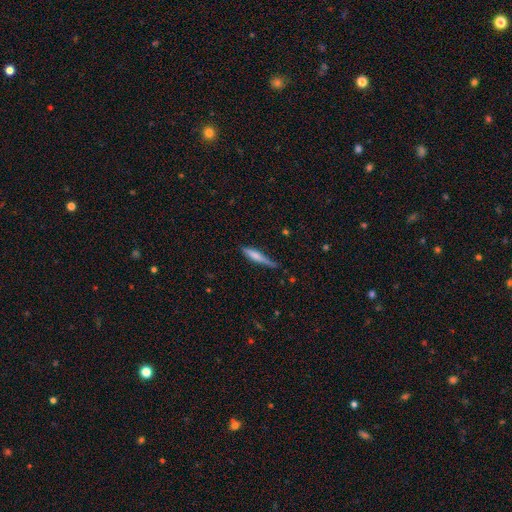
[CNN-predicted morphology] Smooth or featured? smooth (60%)
How rounded? cigar-shaped (86%)
Merging? none (57%)